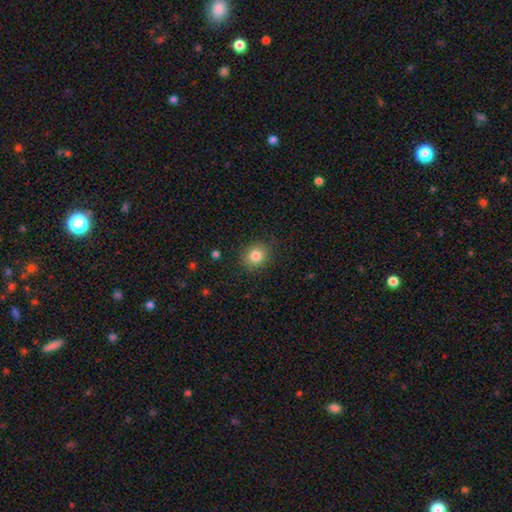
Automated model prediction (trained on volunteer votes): This is clearly a smooth galaxy (83%). How rounded: likely round (73%). Merging: clearly none (87%).